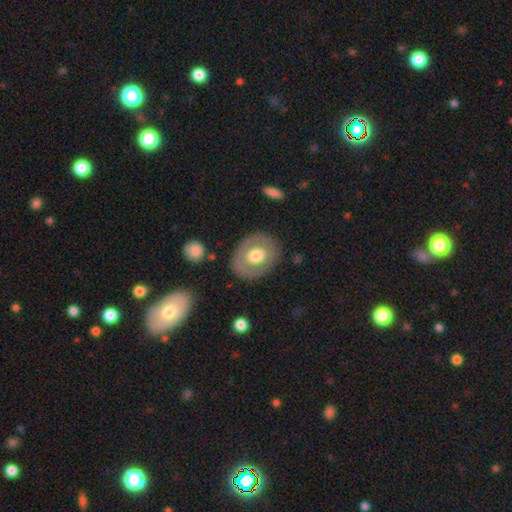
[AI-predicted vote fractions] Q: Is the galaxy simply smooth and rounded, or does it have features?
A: smooth — 52%.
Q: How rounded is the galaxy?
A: in between — 50%.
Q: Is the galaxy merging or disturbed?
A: none — 81%.